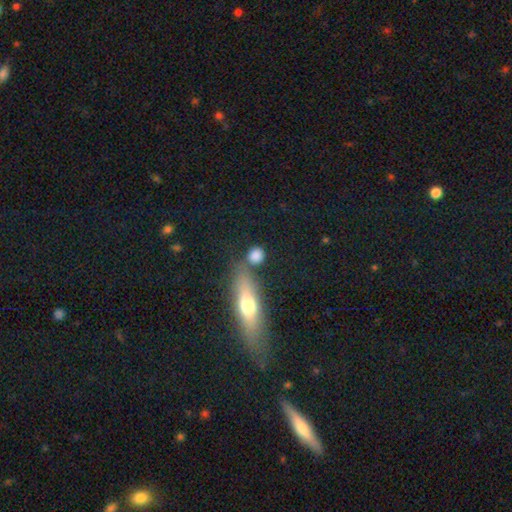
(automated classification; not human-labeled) smooth_or_featured: smooth (p=0.82) [alt: star or artifact p=0.10]
how_rounded: round (p=0.75) [alt: in between p=0.19]
merging: none (p=0.68) [alt: merger p=0.15]